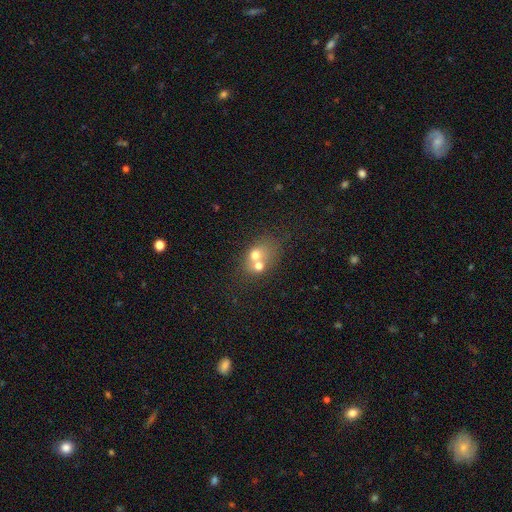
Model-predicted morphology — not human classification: Smooth or featured?
  - smooth: 61% *
  - featured or disk: 26%
  - star or artifact: 13%
How rounded?
  - round: 56% *
  - in between: 43%
  - cigar-shaped: 1%
Merging?
  - merger: 63% *
  - none: 25%
  - minor disturbance: 7%
  - major disturbance: 5%